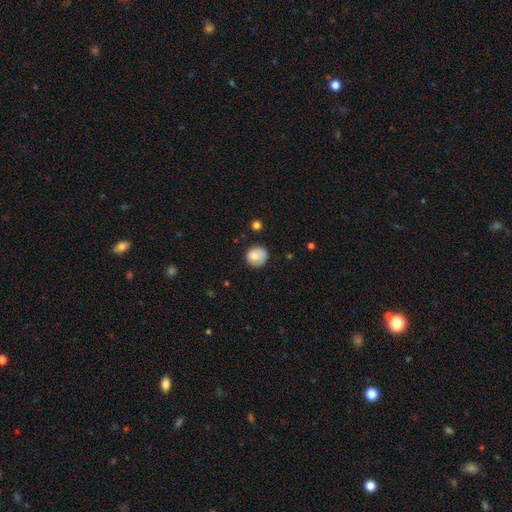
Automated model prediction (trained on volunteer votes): This is clearly a smooth galaxy (81%). How rounded: clearly round (88%). Merging: likely none (75%).